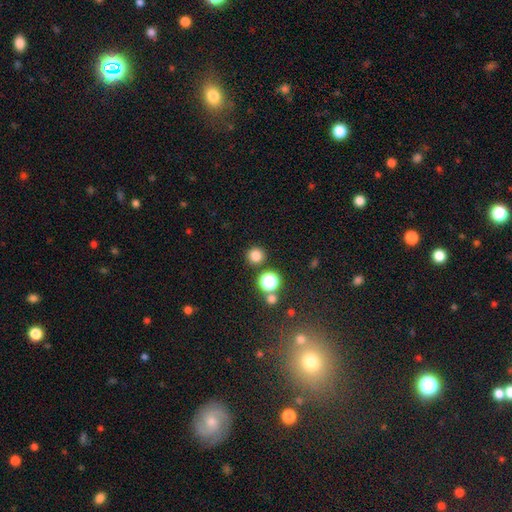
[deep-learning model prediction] This is clearly a smooth galaxy (81%). How rounded: clearly round (94%). Merging: clearly none (86%).